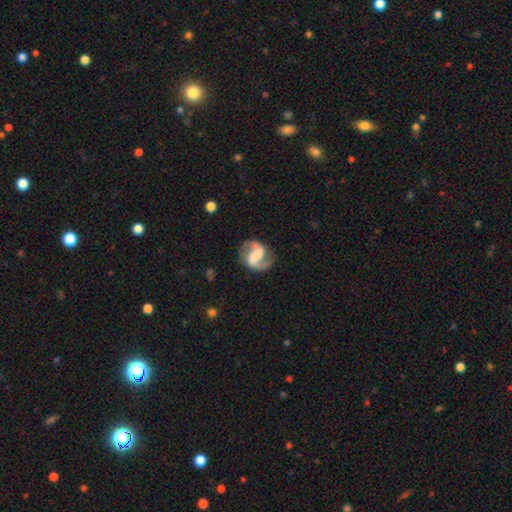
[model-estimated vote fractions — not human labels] smooth_or_featured: featured or disk (p=0.86) [alt: smooth p=0.09]
disk_edge_on: no (p=0.98) [alt: yes p=0.02]
bar: strong (p=0.41) [alt: weak p=0.38]
has_spiral_arms: yes (p=0.96) [alt: no p=0.04]
spiral_winding: medium (p=0.51) [alt: loose p=0.33]
spiral_arm_count: 2 (p=0.93) [alt: 1 p=0.03]
bulge_size: none (p=0.32) [alt: moderate p=0.23]
merging: none (p=0.79) [alt: minor disturbance p=0.13]